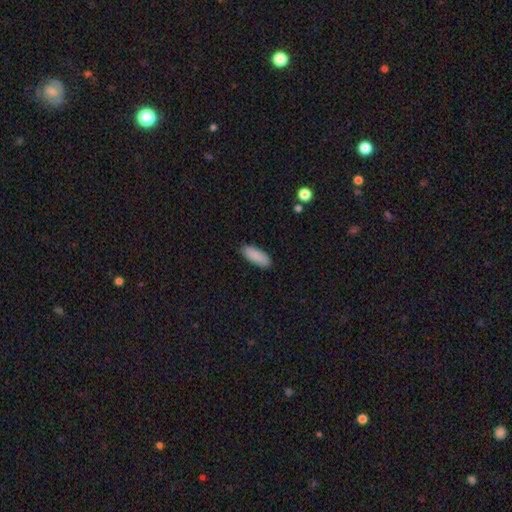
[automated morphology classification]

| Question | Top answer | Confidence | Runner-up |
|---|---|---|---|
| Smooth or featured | smooth | 90% | star or artifact (6%) |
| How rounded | in between | 76% | cigar-shaped (22%) |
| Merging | none | 88% | minor disturbance (9%) |